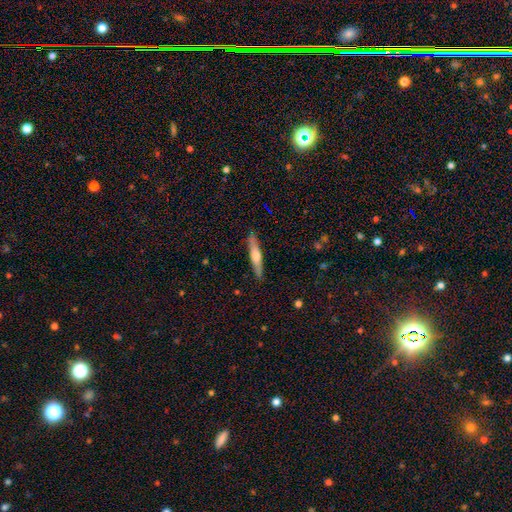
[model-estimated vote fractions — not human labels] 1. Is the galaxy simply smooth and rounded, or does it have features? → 48% smooth, 46% featured or disk, 6% star or artifact.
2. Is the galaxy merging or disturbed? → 88% none, 9% minor disturbance, 2% major disturbance, 1% merger.